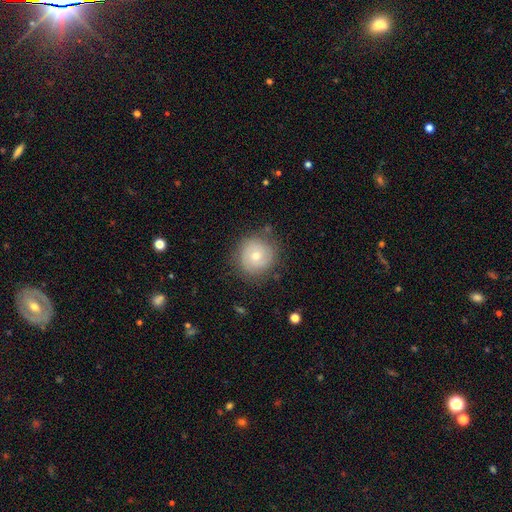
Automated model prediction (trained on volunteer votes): This appears to be a smooth galaxy with no disk features (56%) that is round (92%). Merging: none (78%).